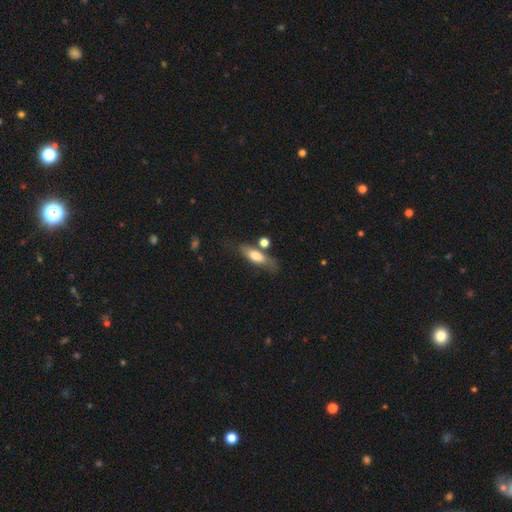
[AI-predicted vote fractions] Morphology: type=smooth (66%); roundness=in between (57%); merging=none (60%).